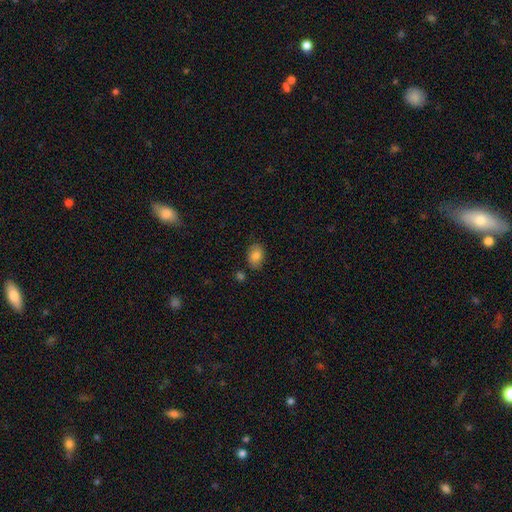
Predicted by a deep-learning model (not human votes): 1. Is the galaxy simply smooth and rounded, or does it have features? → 84% smooth, 8% star or artifact, 8% featured or disk.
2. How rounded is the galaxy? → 77% in between, 21% round, 1% cigar-shaped.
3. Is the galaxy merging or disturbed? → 79% none, 14% minor disturbance, 4% merger, 3% major disturbance.